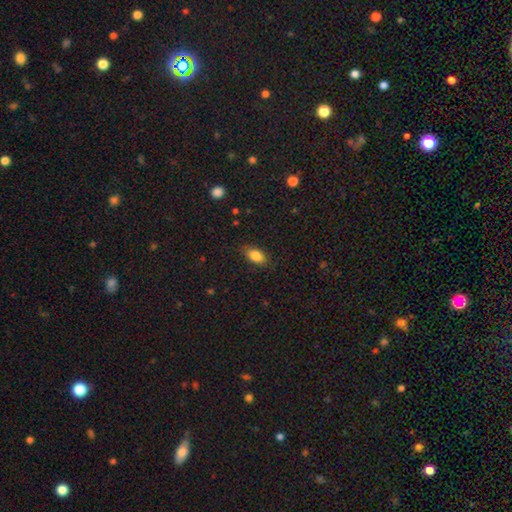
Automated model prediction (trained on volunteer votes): This is clearly a smooth galaxy (84%). How rounded: clearly in between (89%). Merging: clearly none (81%).